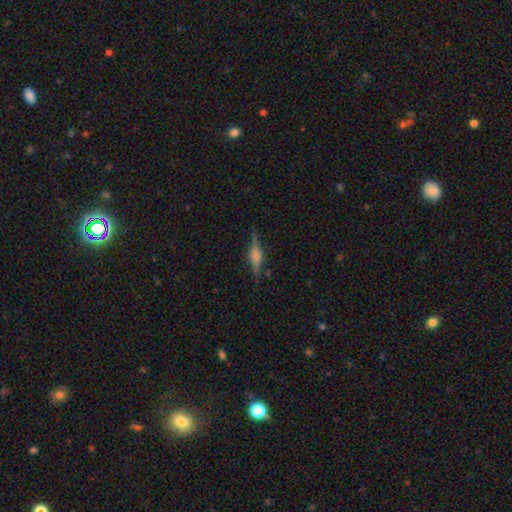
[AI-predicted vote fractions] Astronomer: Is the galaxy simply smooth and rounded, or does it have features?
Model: featured or disk — 72%.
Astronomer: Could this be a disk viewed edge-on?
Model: yes — 97%.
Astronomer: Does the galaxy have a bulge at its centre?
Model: rounded — 76%.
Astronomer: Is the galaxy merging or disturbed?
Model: none — 84%.